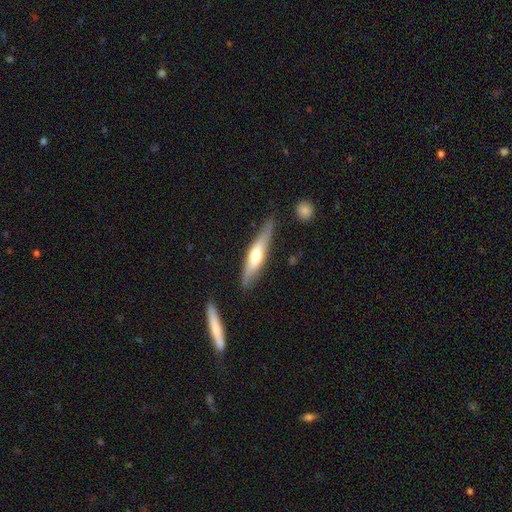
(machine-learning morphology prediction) Smooth or featured? featured or disk (50%)
Merging? none (77%)